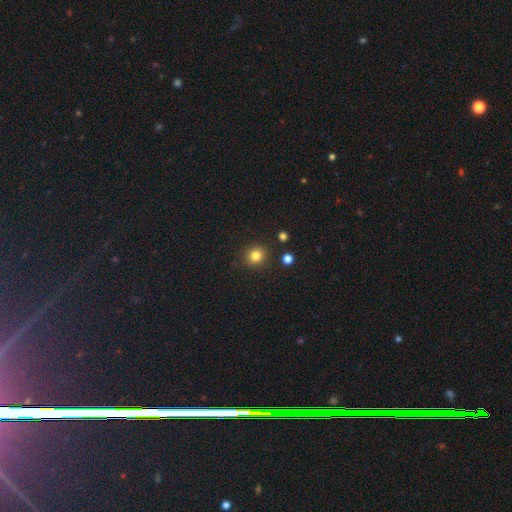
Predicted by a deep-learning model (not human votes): A smooth galaxy with no disk features (82%) that is round (89%). Merging: none (90%).